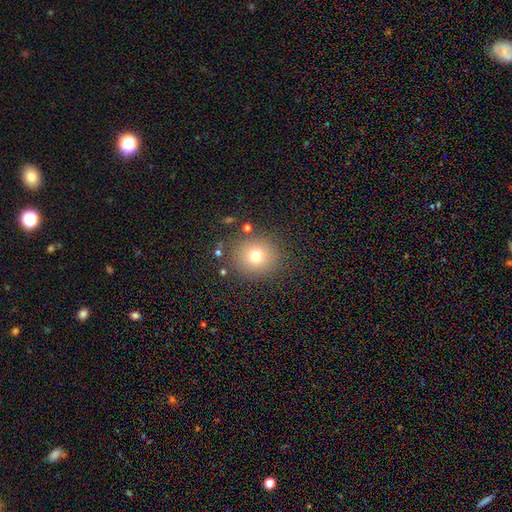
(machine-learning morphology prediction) type=smooth (73%); roundness=round (87%); merging=none (84%).